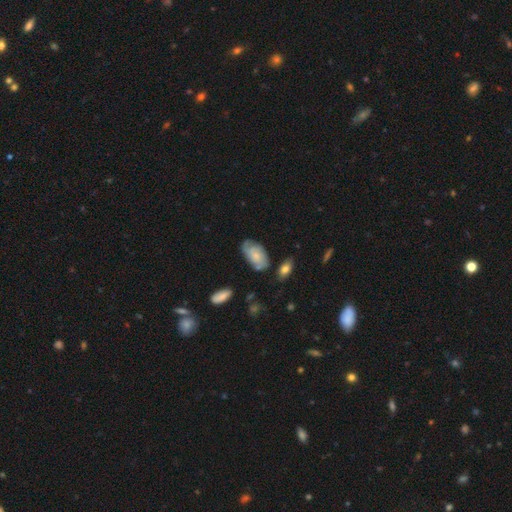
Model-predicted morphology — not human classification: Q: Smooth or featured?
A: smooth (49%); runner-up: featured or disk (44%)
Q: Merging?
A: none (60%); runner-up: minor disturbance (26%)